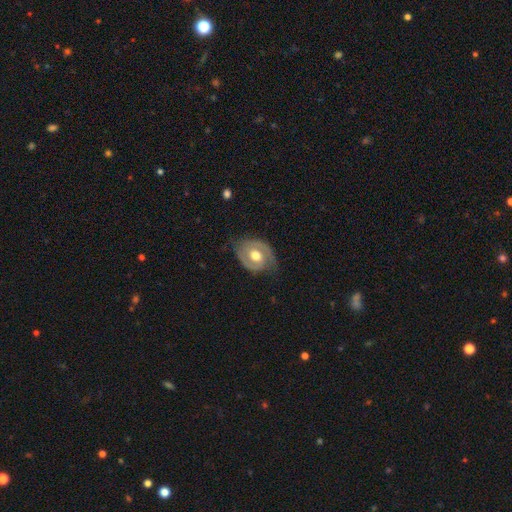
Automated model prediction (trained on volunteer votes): Smooth or featured: featured or disk — 73% (smooth — 22%)
Edge-on disk: no — 96% (yes — 4%)
Bar: no — 67% (weak — 26%)
Spiral arms: yes — 78% (no — 22%)
Spiral winding: tight — 47% (medium — 37%)
Spiral arm count: 2 — 75% (1 — 11%)
Bulge size: moderate — 73% (large — 20%)
Merging: none — 68% (minor disturbance — 22%)